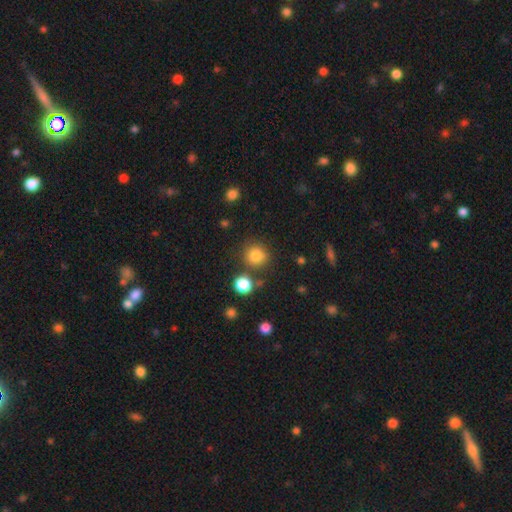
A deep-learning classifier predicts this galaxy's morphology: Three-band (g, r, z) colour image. It shows a smooth galaxy with no disk features (83%) that is round (90%). Merging: none (79%).